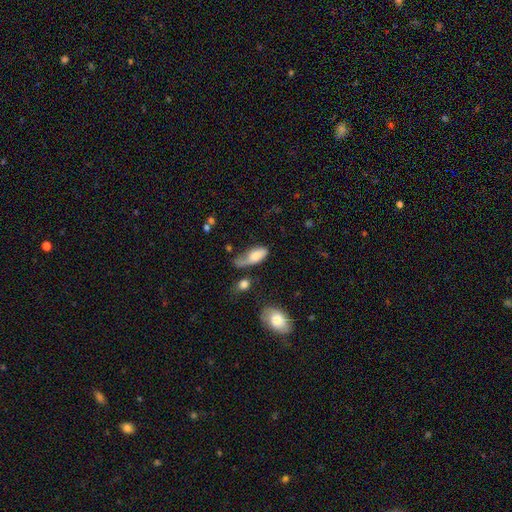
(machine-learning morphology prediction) Q: Smooth or featured?
A: smooth (69%); runner-up: featured or disk (24%)
Q: How rounded?
A: in between (82%); runner-up: cigar-shaped (13%)
Q: Merging?
A: major disturbance (36%); runner-up: minor disturbance (30%)